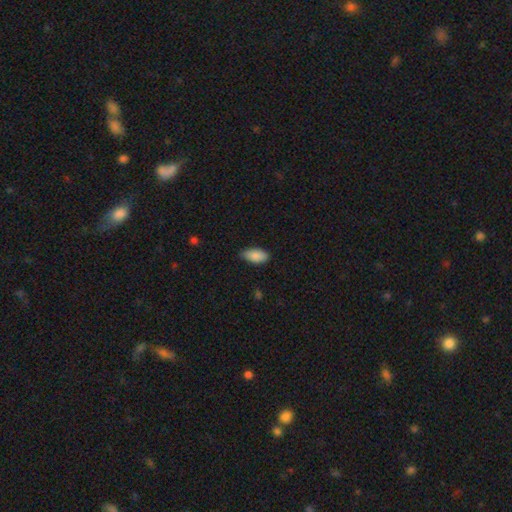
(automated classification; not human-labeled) This is clearly a smooth galaxy (87%). How rounded: clearly in between (92%). Merging: likely none (76%).